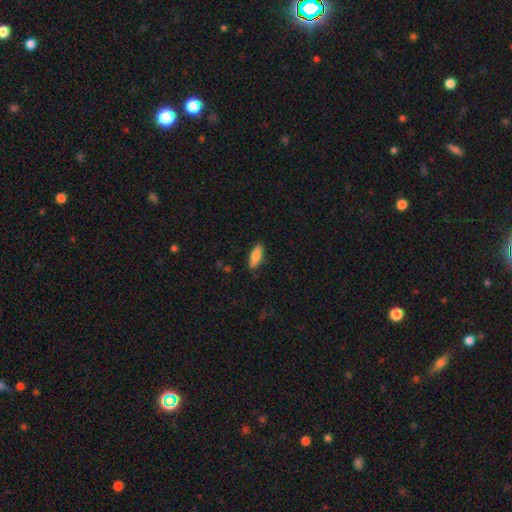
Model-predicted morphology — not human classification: Smooth or featured?
  - smooth: 76% *
  - featured or disk: 18%
  - star or artifact: 6%
How rounded?
  - in between: 52% *
  - cigar-shaped: 46%
  - round: 2%
Merging?
  - none: 87% *
  - minor disturbance: 10%
  - major disturbance: 2%
  - merger: 1%